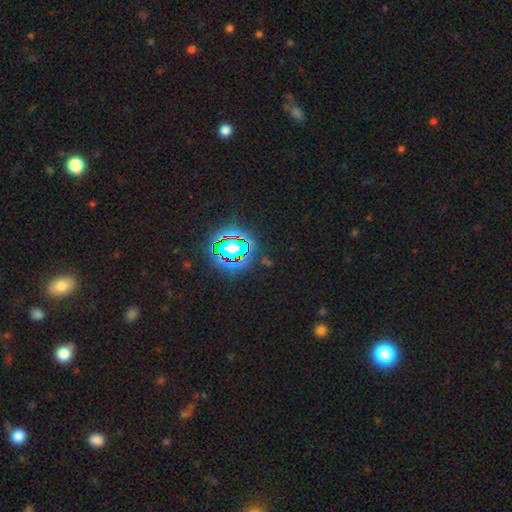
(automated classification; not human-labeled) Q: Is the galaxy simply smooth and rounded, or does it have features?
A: star or artifact — 79%.